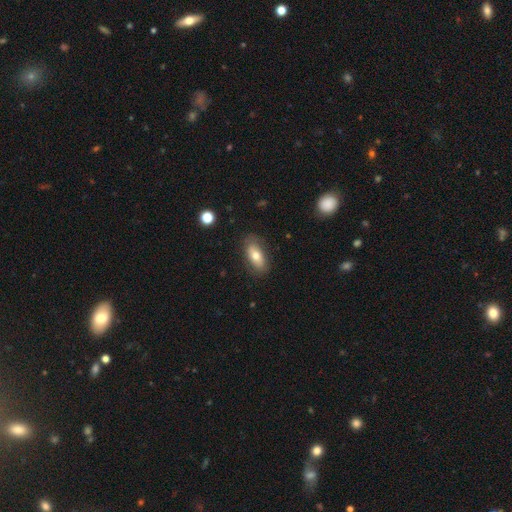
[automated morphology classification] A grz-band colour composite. It shows a smooth galaxy with no disk features (70%) that is in between round and cigar-shaped (85%). Merging: none (81%).